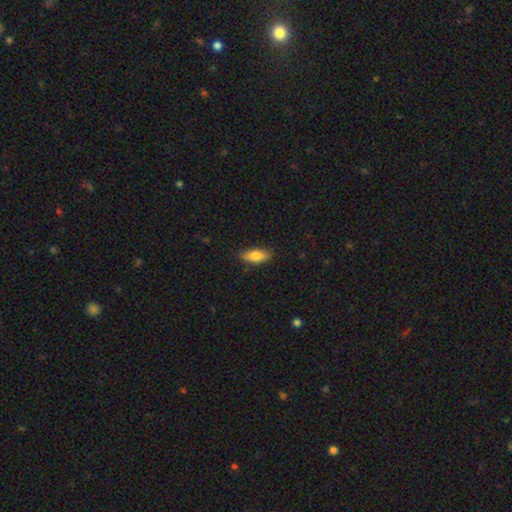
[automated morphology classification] A smooth galaxy with no disk features (75%) that is in between round and cigar-shaped (69%). Merging: none (85%).